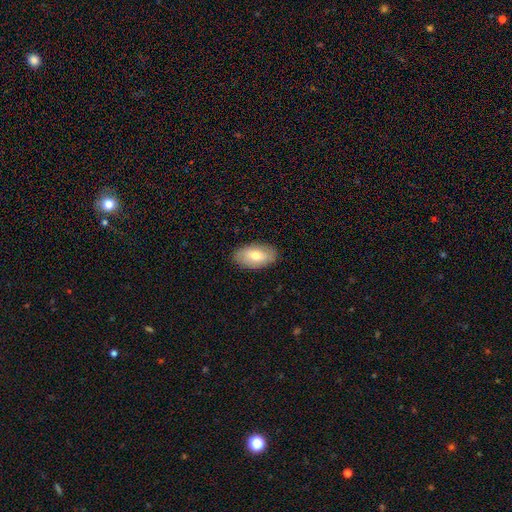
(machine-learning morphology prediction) A smooth galaxy with no disk features (72%) that is in between round and cigar-shaped (94%).

Vote fractions:
- Smooth or featured? smooth: 72% / featured or disk: 21% / star or artifact: 6%
- How rounded? in between: 94% / round: 4% / cigar-shaped: 2%
- Merging? none: 87% / minor disturbance: 10% / major disturbance: 2% / merger: 1%